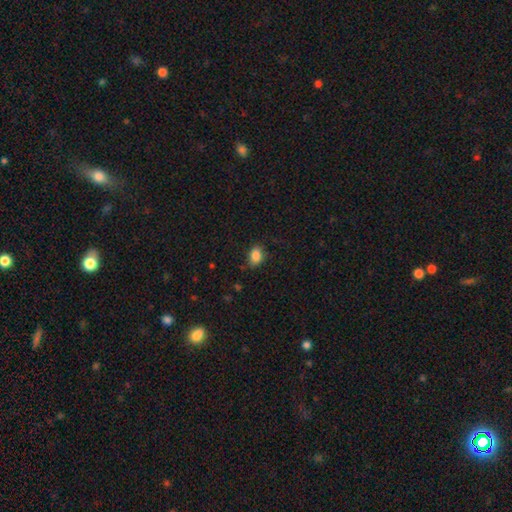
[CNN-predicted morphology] Smooth or featured: smooth — 86% (star or artifact — 9%)
How rounded: in between — 82% (round — 17%)
Merging: none — 80% (minor disturbance — 15%)